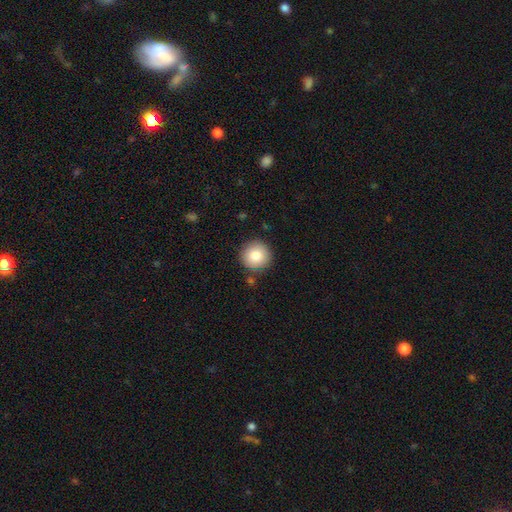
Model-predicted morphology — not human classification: This is clearly a smooth galaxy (83%). How rounded: clearly round (95%). Merging: clearly none (88%).